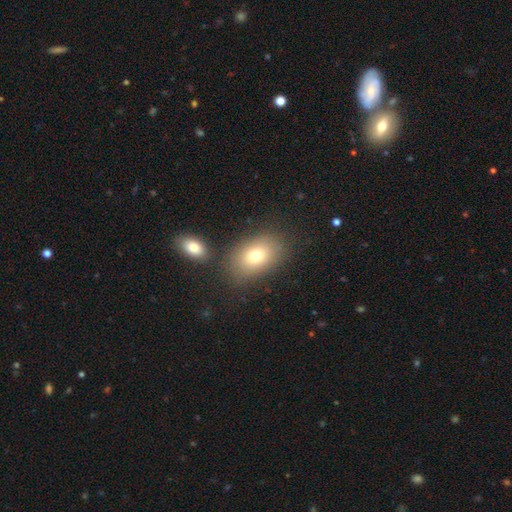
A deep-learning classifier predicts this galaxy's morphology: A smooth galaxy with no disk features (74%) that is in between round and cigar-shaped (79%).

Vote fractions:
- Smooth or featured? smooth: 74% / featured or disk: 14% / star or artifact: 12%
- How rounded? in between: 79% / round: 20% / cigar-shaped: 1%
- Merging? none: 77% / minor disturbance: 11% / merger: 7% / major disturbance: 4%